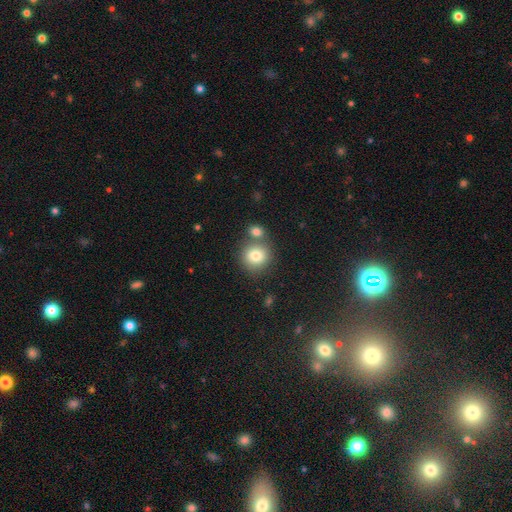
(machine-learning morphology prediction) smooth_or_featured: smooth (p=0.80) [alt: featured or disk p=0.10]
how_rounded: round (p=0.87) [alt: in between p=0.12]
merging: none (p=0.62) [alt: merger p=0.26]